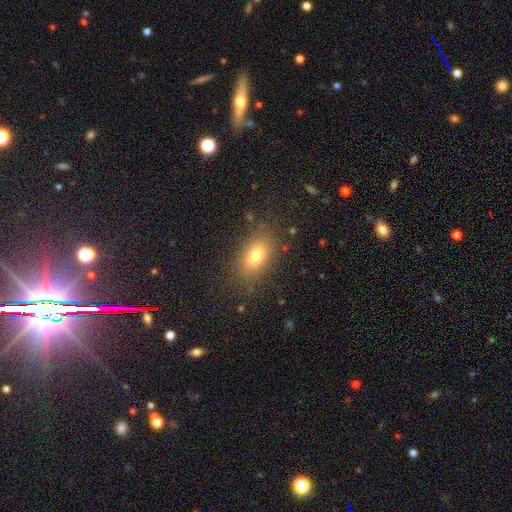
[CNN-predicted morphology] A smooth galaxy with no disk features (75%) that is in between round and cigar-shaped (85%). Merging: none (84%).